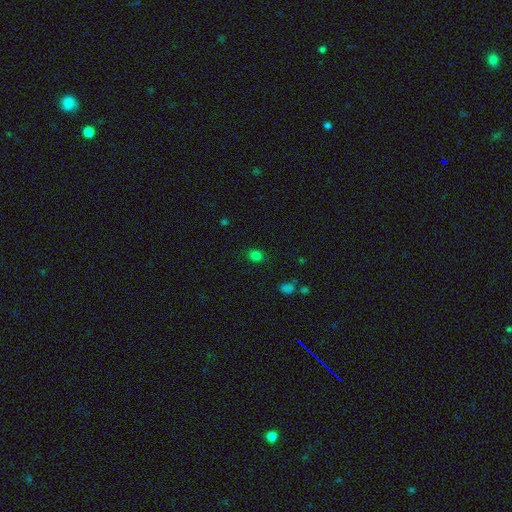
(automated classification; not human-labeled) Smooth or featured? Predicted: smooth (p=0.79). How rounded? Predicted: round (p=0.64). Merging? Predicted: none (p=0.87).